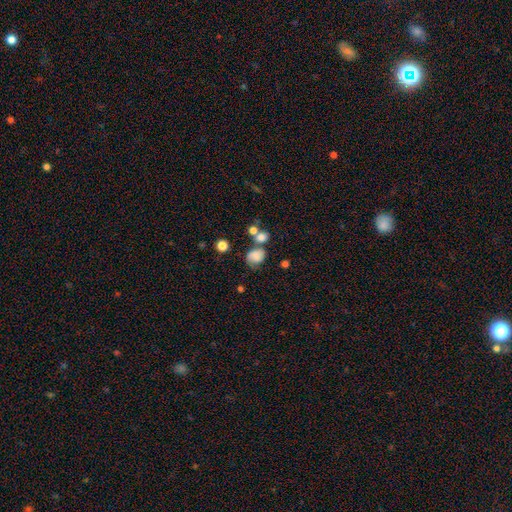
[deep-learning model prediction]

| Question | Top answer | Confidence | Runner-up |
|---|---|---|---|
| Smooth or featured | smooth | 67% | featured or disk (21%) |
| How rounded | round | 52% | in between (47%) |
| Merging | none | 39% | minor disturbance (26%) |